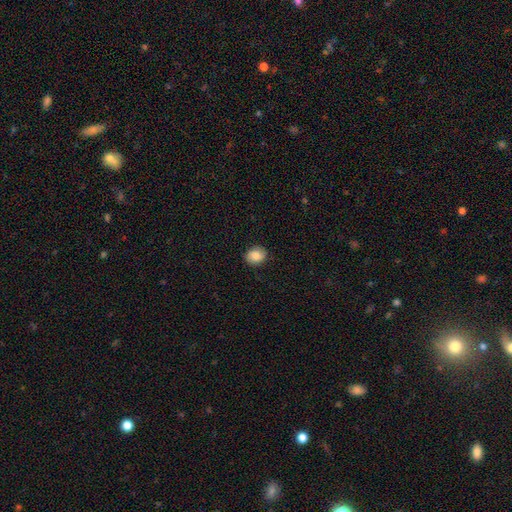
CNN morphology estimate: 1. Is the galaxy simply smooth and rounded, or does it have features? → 81% smooth, 10% featured or disk, 8% star or artifact.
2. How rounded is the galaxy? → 58% round, 41% in between, 1% cigar-shaped.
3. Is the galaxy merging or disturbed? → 87% none, 10% minor disturbance, 2% major disturbance, 1% merger.